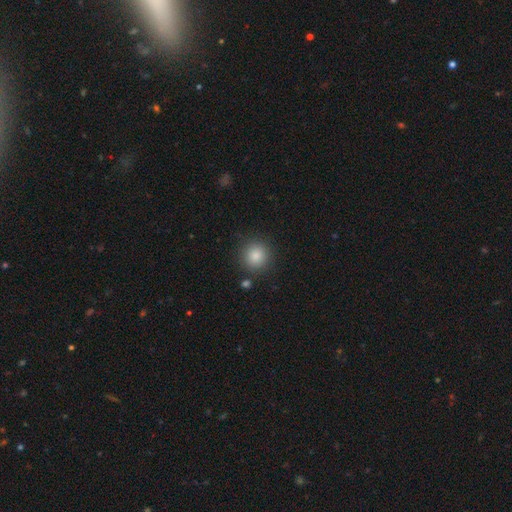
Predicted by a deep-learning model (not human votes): This is clearly a smooth galaxy (86%). How rounded: clearly round (92%). Merging: clearly none (87%).